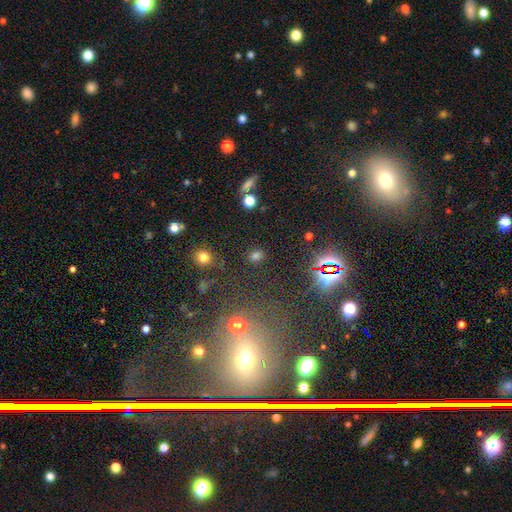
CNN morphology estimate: Smooth or featured? Predicted: smooth (p=0.65). How rounded? Predicted: round (p=0.59). Merging? Predicted: none (p=0.84).